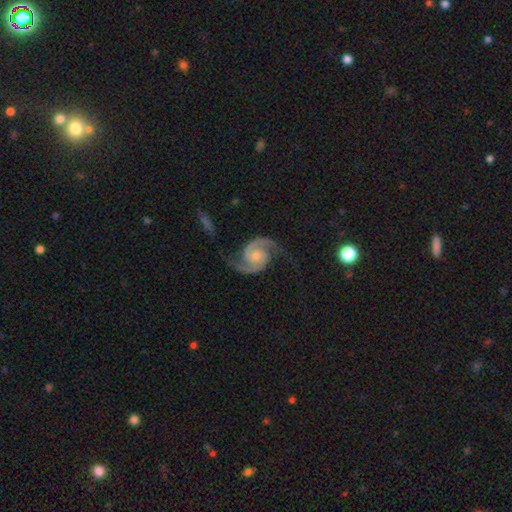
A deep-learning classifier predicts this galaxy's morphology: featured or disk 93%, star or artifact 4%, smooth 3%. Down the decision tree: edge-on disk — no (98%); bar — no (65%); spiral arms — yes (99%); spiral arm count — 2 (94%); spiral winding — medium (58%); bulge size — moderate (49%); merging — none (79%).